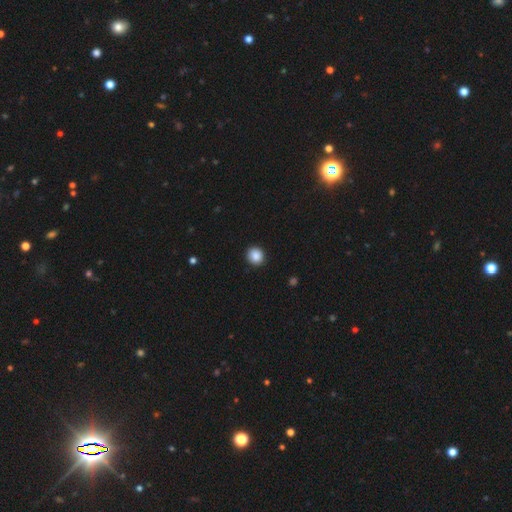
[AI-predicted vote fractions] This appears to be a smooth galaxy with no disk features (88%) that is round (86%). Merging: none (91%).